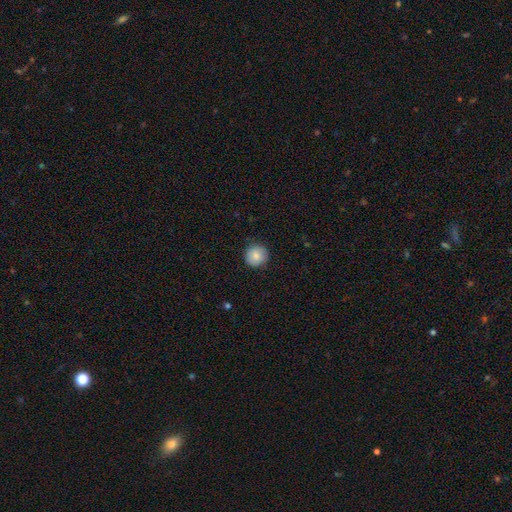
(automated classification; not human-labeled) Overall: smooth (85%). How rounded: round (93%). Merging: none (89%).